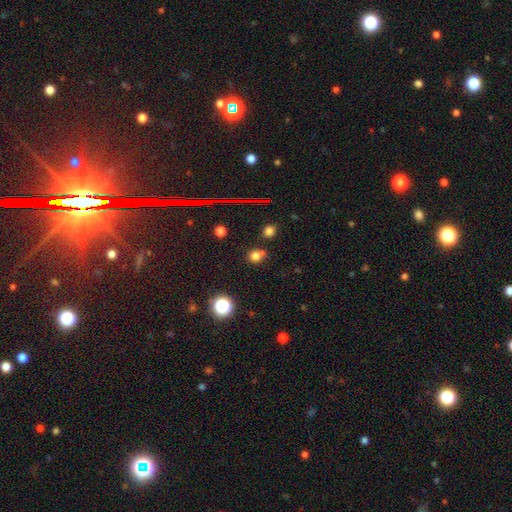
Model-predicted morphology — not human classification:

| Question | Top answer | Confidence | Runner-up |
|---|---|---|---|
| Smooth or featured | smooth | 75% | star or artifact (19%) |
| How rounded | round | 78% | in between (21%) |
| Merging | none | 58% | merger (23%) |